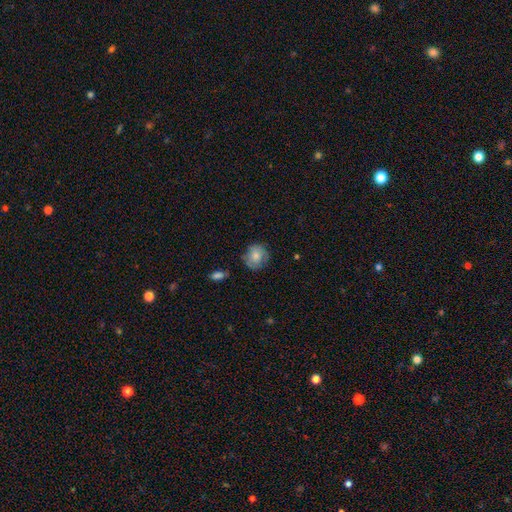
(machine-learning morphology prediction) The model was most divided on "merging": none: 74%, minor disturbance: 20%, major disturbance: 5%, merger: 2%. More confident: how rounded — round (78%); smooth or featured — smooth (77%).